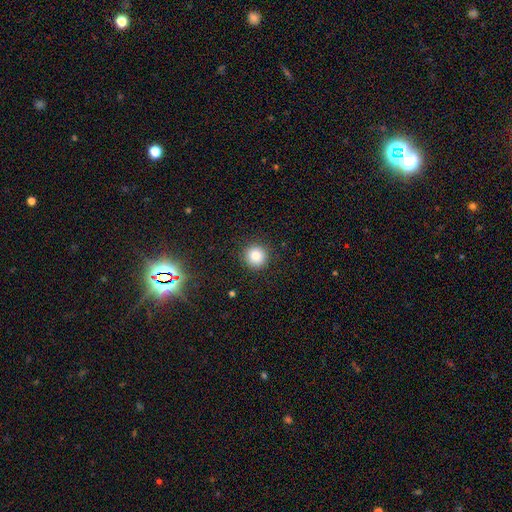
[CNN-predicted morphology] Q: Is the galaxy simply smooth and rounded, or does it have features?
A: smooth — 82%.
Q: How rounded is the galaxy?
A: round — 94%.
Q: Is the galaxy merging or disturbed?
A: none — 91%.